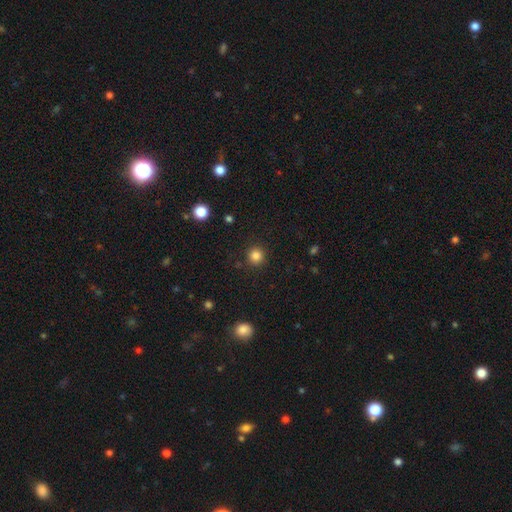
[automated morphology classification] The model was most divided on "smooth or featured": smooth: 84%, star or artifact: 12%, featured or disk: 4%. More confident: how rounded — round (94%); merging — none (90%).